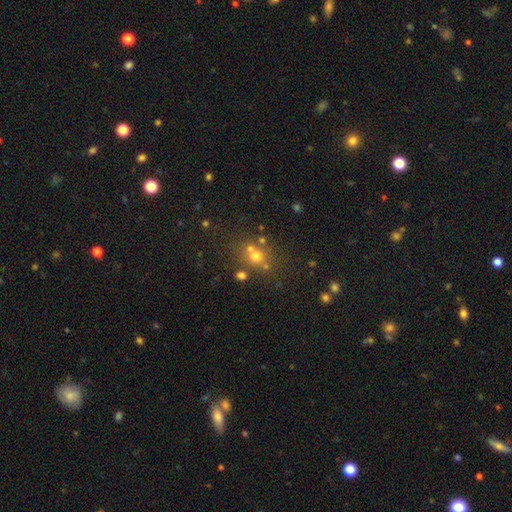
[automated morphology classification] A smooth galaxy with no disk features (58%) that is round (78%).

Vote fractions:
- Smooth or featured? smooth: 58% / star or artifact: 27% / featured or disk: 16%
- How rounded? round: 78% / in between: 21% / cigar-shaped: 1%
- Merging? none: 60% / merger: 25% / minor disturbance: 10% / major disturbance: 5%